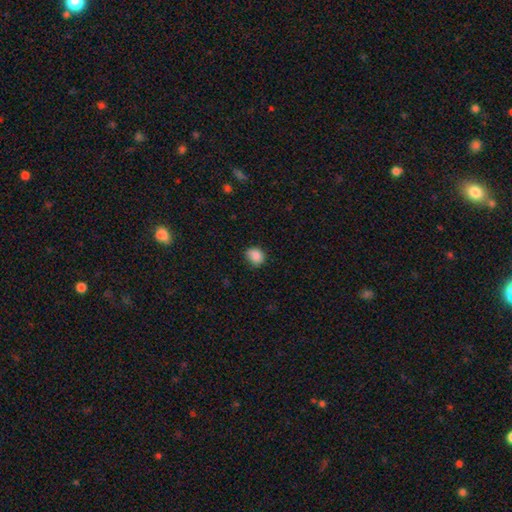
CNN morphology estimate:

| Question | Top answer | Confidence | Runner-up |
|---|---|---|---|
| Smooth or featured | smooth | 87% | star or artifact (9%) |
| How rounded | round | 61% | in between (38%) |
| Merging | none | 70% | minor disturbance (24%) |